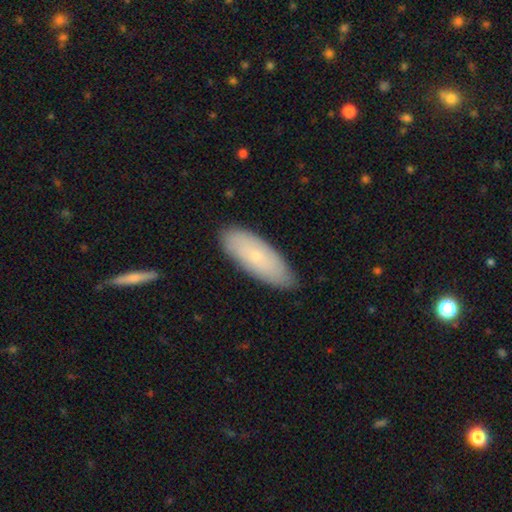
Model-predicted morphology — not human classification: smooth 62%, featured or disk 32%, star or artifact 7%. Down the decision tree: how rounded — in between (74%); merging — none (82%).